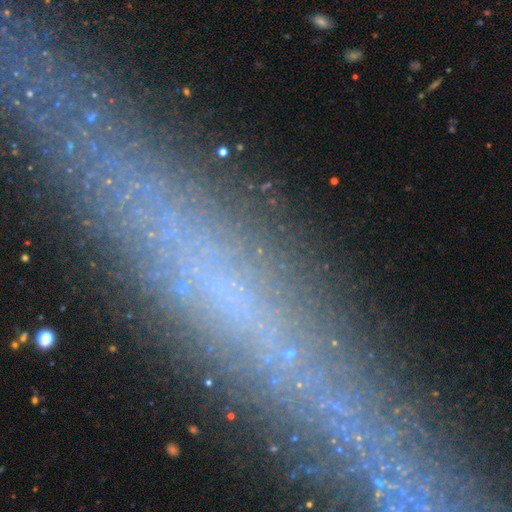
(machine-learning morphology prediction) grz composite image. It shows a star or artifact, not a galaxy (42%).